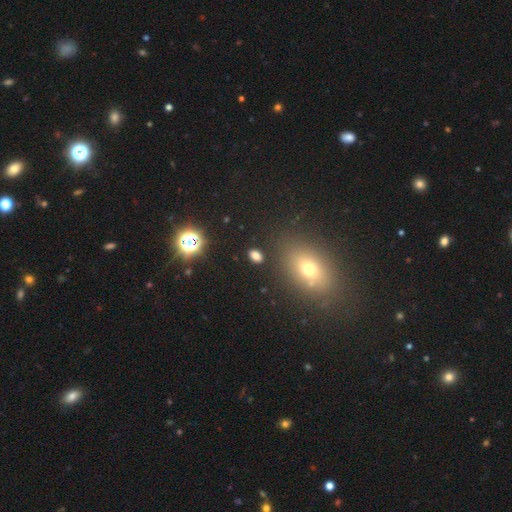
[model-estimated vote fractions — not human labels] Smooth or featured?
  - smooth: 74% *
  - star or artifact: 20%
  - featured or disk: 6%
How rounded?
  - in between: 81% *
  - round: 16%
  - cigar-shaped: 3%
Merging?
  - none: 85% *
  - minor disturbance: 9%
  - merger: 3%
  - major disturbance: 3%